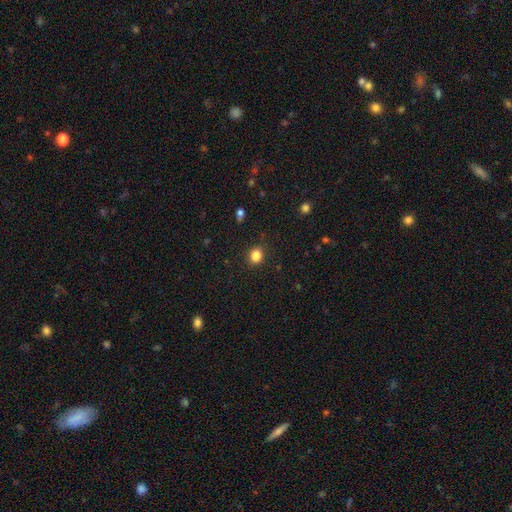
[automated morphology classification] Overall: smooth (84%). How rounded: round (67%; in between 32%). Merging: none (87%).